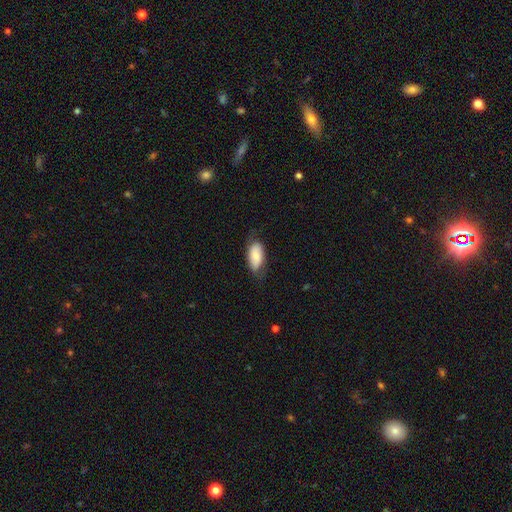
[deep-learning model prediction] Smooth or featured? smooth (76%)
How rounded? in between (92%)
Merging? none (64%)